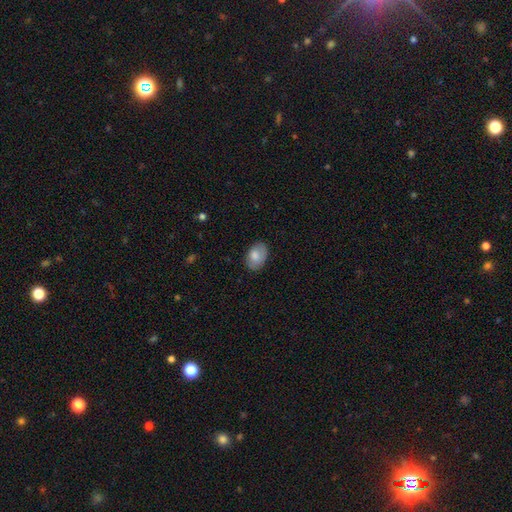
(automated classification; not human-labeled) Smooth or featured? smooth (81%)
How rounded? in between (87%)
Merging? none (81%)